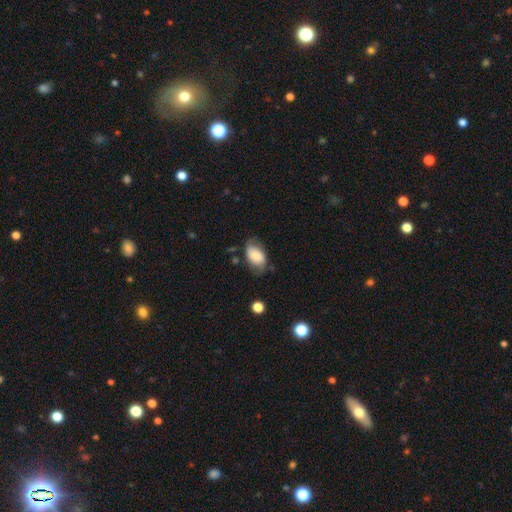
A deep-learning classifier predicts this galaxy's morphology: This appears to be a smooth galaxy with no disk features (74%) that is in between round and cigar-shaped (90%). Merging: none (62%).